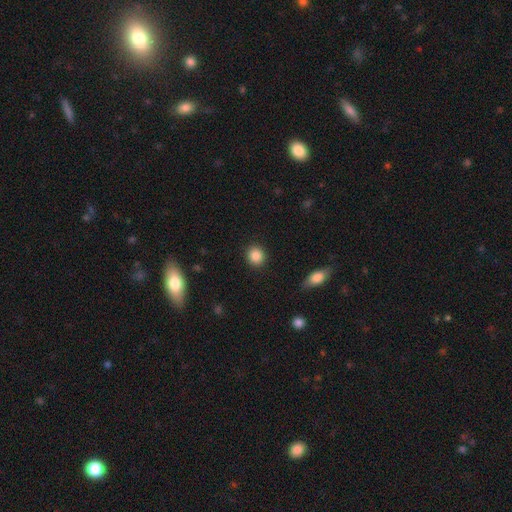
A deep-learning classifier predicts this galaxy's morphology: This appears to be a smooth galaxy with no disk features (86%) that is round (85%). Merging: none (91%).